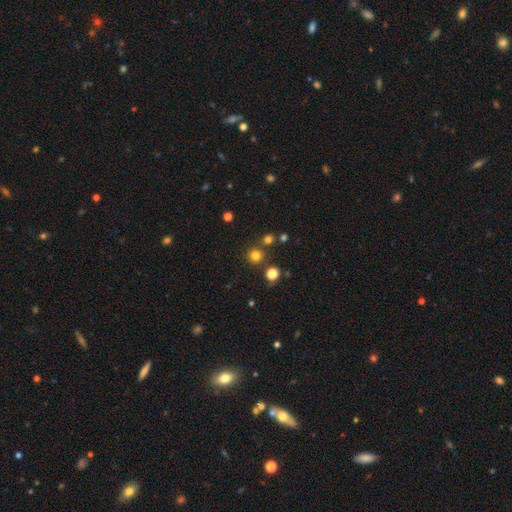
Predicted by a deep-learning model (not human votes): Morphology: type=smooth (76%); roundness=round (94%); merging=none (83%).